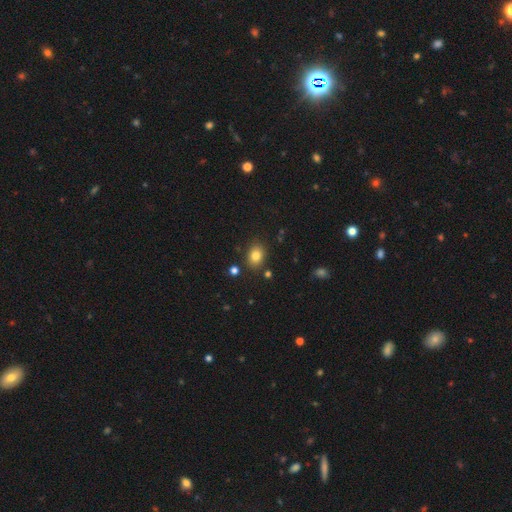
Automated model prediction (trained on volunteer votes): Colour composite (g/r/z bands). It shows a smooth galaxy with no disk features (81%) that is in between round and cigar-shaped (57%). Merging: none (83%).